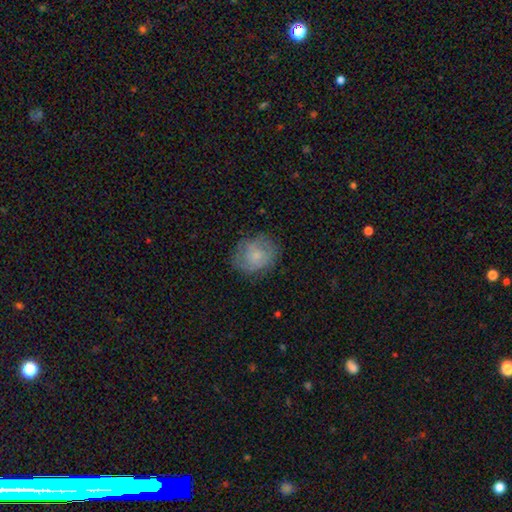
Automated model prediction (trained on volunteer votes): Q: Smooth or featured?
A: smooth (49%); runner-up: featured or disk (43%)
Q: Merging?
A: none (71%); runner-up: minor disturbance (20%)